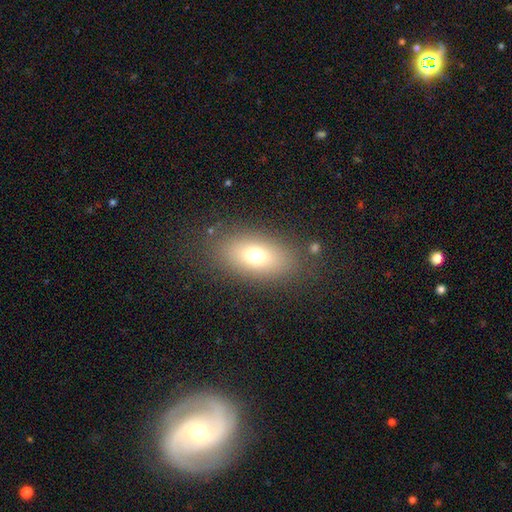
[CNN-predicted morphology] A smooth galaxy with no disk features (71%) that is in between round and cigar-shaped (85%).

Vote fractions:
- Smooth or featured? smooth: 71% / featured or disk: 16% / star or artifact: 12%
- How rounded? in between: 85% / round: 11% / cigar-shaped: 4%
- Merging? none: 82% / minor disturbance: 10% / major disturbance: 5% / merger: 2%